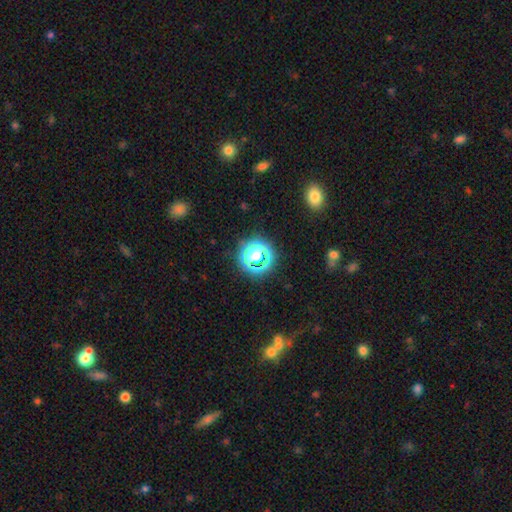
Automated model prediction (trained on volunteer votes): Smooth or featured?
  - star or artifact: 51% *
  - smooth: 39%
  - featured or disk: 10%